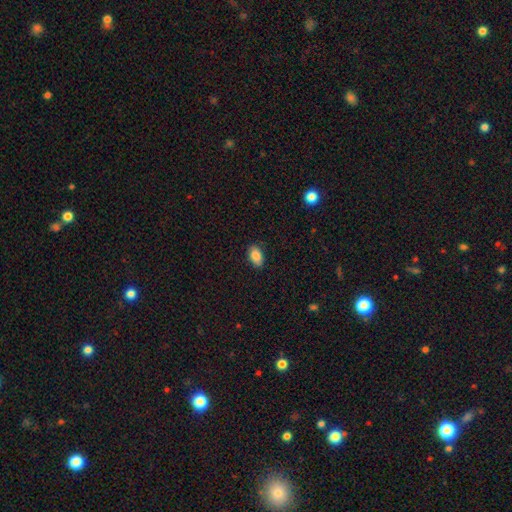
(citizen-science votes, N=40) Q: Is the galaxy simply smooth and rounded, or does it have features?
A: smooth — 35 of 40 (88%).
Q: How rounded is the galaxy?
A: in between — 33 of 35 (94%).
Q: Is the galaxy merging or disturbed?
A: none — 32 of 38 (84%).